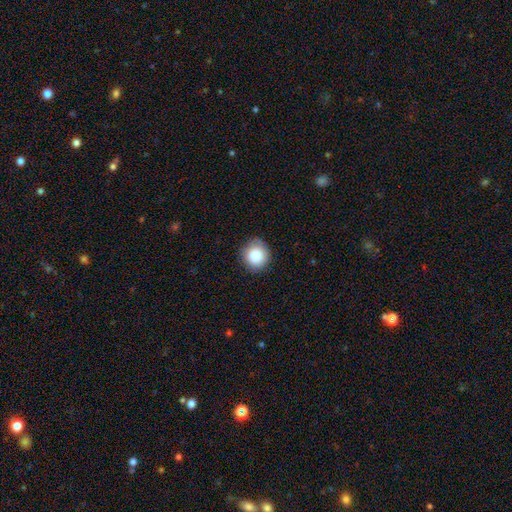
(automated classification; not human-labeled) Smooth or featured? Predicted: smooth (p=0.86). How rounded? Predicted: round (p=0.90). Merging? Predicted: none (p=0.84).